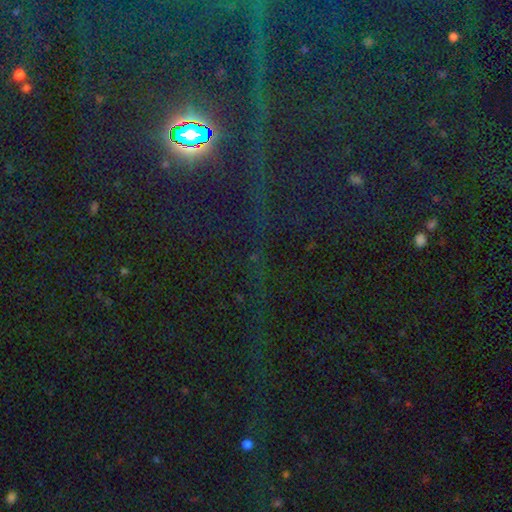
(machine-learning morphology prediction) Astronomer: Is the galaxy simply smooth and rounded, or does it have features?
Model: star or artifact — 87%.